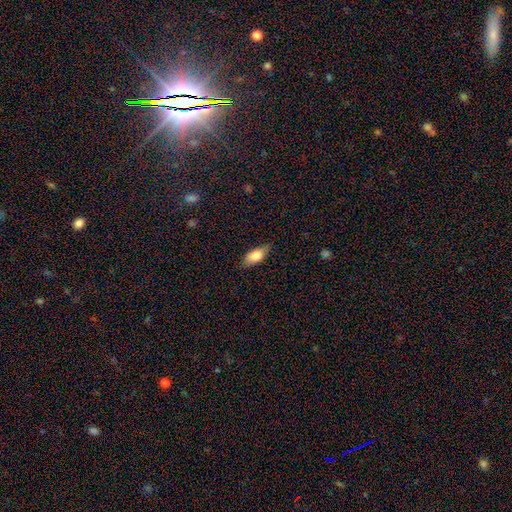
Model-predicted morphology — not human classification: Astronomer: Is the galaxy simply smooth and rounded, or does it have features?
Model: smooth — 78%.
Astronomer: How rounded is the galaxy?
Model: in between — 85%.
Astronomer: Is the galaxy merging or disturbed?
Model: none — 80%.